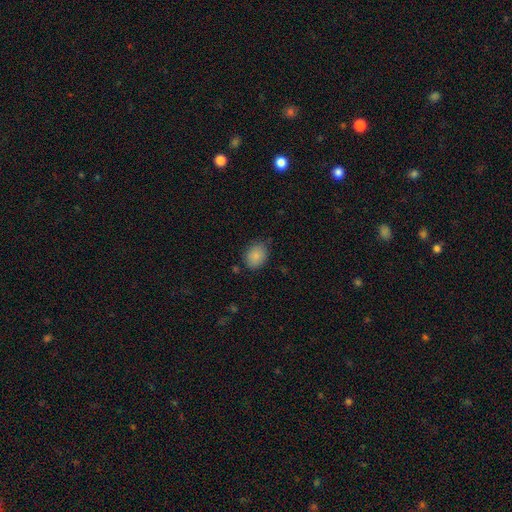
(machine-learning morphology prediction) Smooth or featured: smooth — 86% (star or artifact — 9%)
How rounded: in between — 56% (round — 43%)
Merging: none — 77% (minor disturbance — 17%)